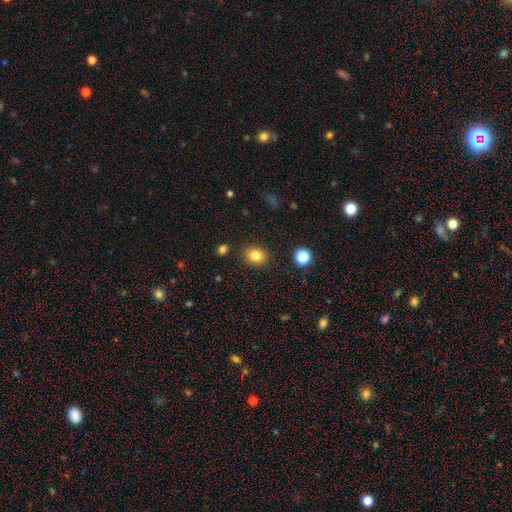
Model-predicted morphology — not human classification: A smooth galaxy with no disk features (82%) that is round (65%).

Vote fractions:
- Smooth or featured? smooth: 82% / star or artifact: 11% / featured or disk: 7%
- How rounded? round: 65% / in between: 34% / cigar-shaped: 1%
- Merging? none: 88% / minor disturbance: 8% / major disturbance: 2% / merger: 2%